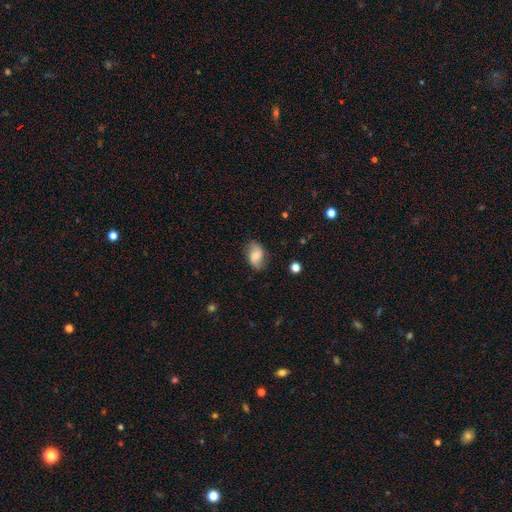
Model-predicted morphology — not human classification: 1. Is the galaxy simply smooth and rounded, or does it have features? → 62% smooth, 30% featured or disk, 8% star or artifact.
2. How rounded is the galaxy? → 83% in between, 15% round, 2% cigar-shaped.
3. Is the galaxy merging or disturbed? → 73% none, 21% minor disturbance, 5% major disturbance, 1% merger.